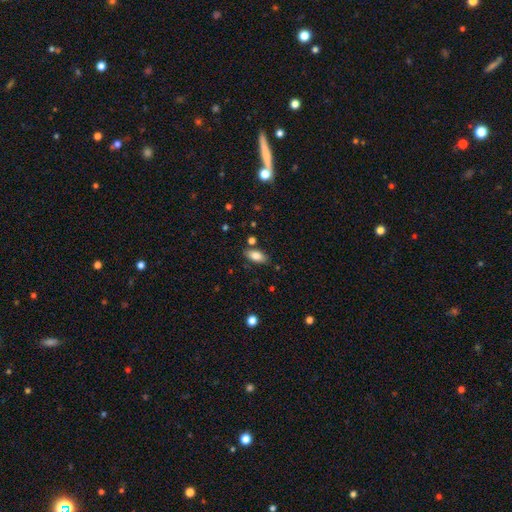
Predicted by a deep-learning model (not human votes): Smooth or featured? smooth (83%)
How rounded? in between (89%)
Merging? none (80%)